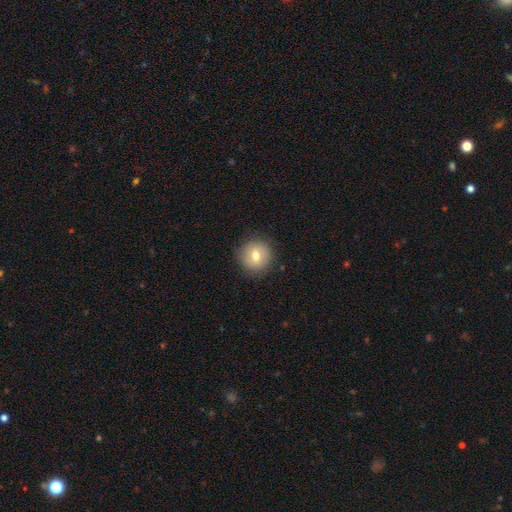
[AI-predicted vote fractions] The model was most divided on "smooth or featured": smooth: 73%, featured or disk: 17%, star or artifact: 10%. More confident: how rounded — round (93%); merging — none (88%).